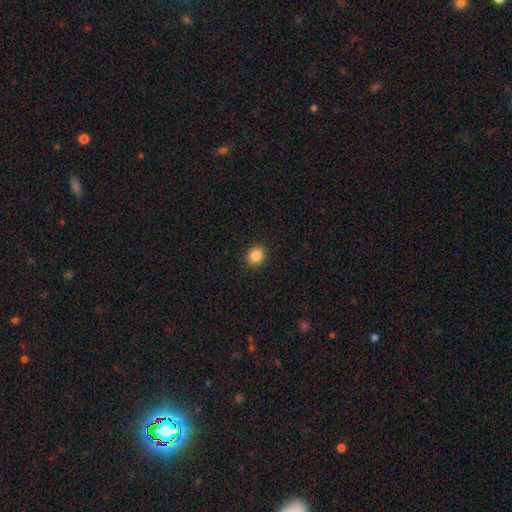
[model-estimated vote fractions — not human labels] Smooth or featured?
  - smooth: 86% *
  - star or artifact: 10%
  - featured or disk: 4%
How rounded?
  - round: 85% *
  - in between: 15%
  - cigar-shaped: 1%
Merging?
  - none: 92% *
  - minor disturbance: 5%
  - major disturbance: 2%
  - merger: 1%